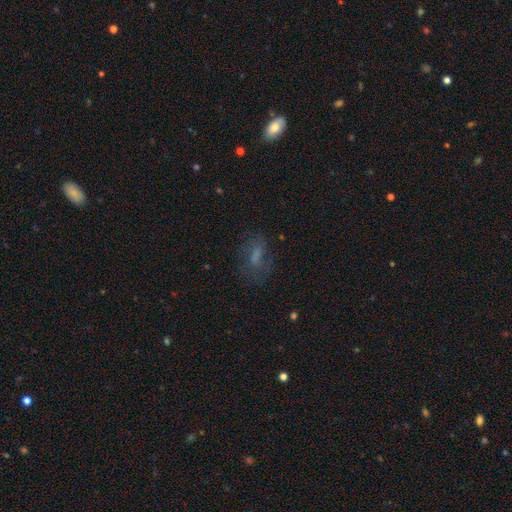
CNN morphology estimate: smooth 46%, featured or disk 34%, star or artifact 19%. Down the decision tree: merging — none (62%).